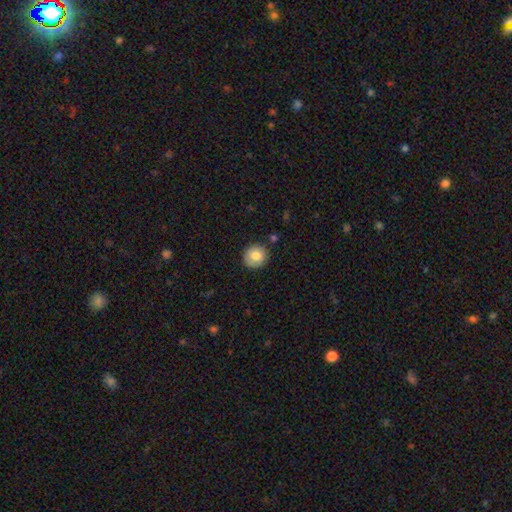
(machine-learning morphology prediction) Smooth or featured? Predicted: smooth (p=0.80). How rounded? Predicted: round (p=0.90). Merging? Predicted: none (p=0.86).